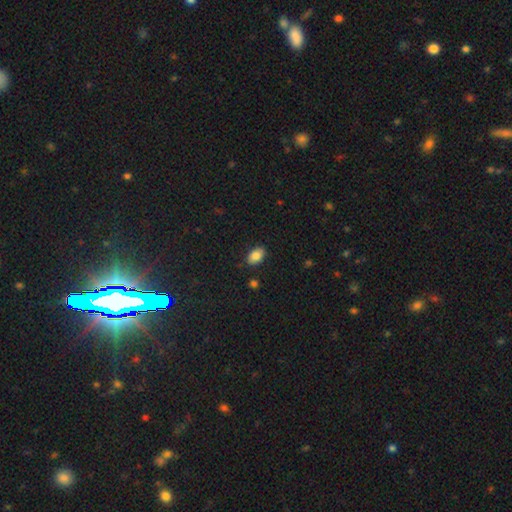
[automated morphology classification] The model was most divided on "merging": none: 85%, minor disturbance: 11%, major disturbance: 2%, merger: 2%. More confident: how rounded — in between (89%); smooth or featured — smooth (83%).